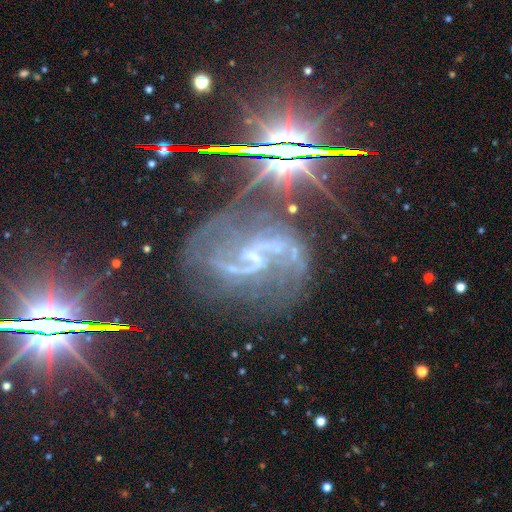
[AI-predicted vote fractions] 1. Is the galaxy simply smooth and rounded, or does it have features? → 81% featured or disk, 15% star or artifact, 4% smooth.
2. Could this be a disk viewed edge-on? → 97% no, 3% yes.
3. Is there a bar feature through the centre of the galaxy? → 43% weak, 35% strong, 22% no.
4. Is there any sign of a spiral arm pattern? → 95% yes, 5% no.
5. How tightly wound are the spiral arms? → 49% medium, 36% loose, 15% tight.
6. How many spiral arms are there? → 80% 2, 7% can't tell, 4% 3, 3% 1, 3% 4, 3% more than 4.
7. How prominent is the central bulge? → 62% small, 20% none, 15% moderate, 2% large, 1% dominant.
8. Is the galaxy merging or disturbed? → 52% none, 22% major disturbance, 18% minor disturbance, 8% merger.